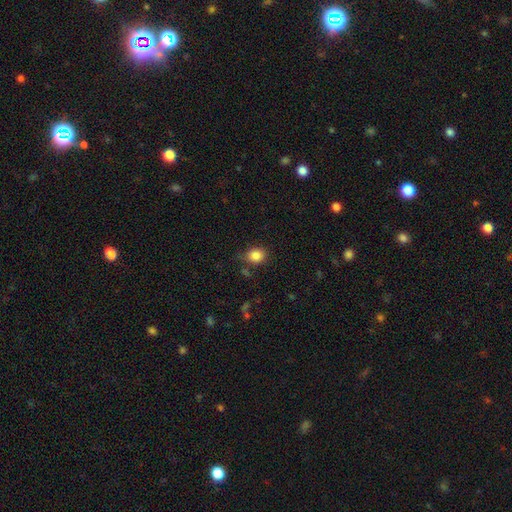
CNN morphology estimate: smooth 85%, star or artifact 10%, featured or disk 5%. Down the decision tree: how rounded — round (61%); merging — none (76%).